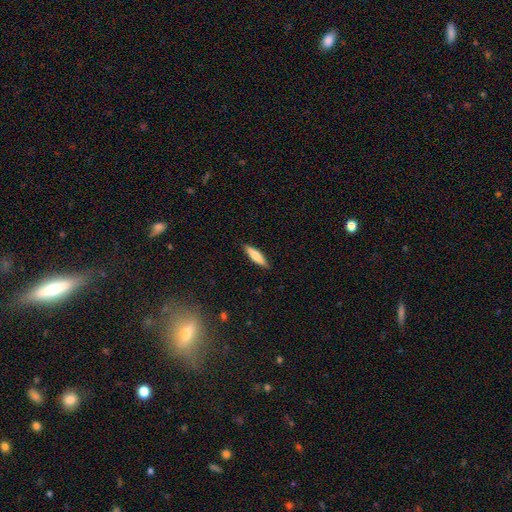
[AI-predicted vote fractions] Morphology: type=smooth (72%); roundness=cigar-shaped (72%); merging=none (89%).